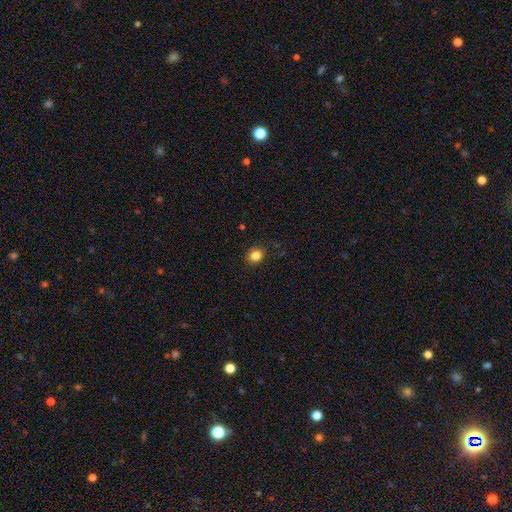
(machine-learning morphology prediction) Smooth or featured? smooth (84%)
How rounded? round (76%)
Merging? none (88%)